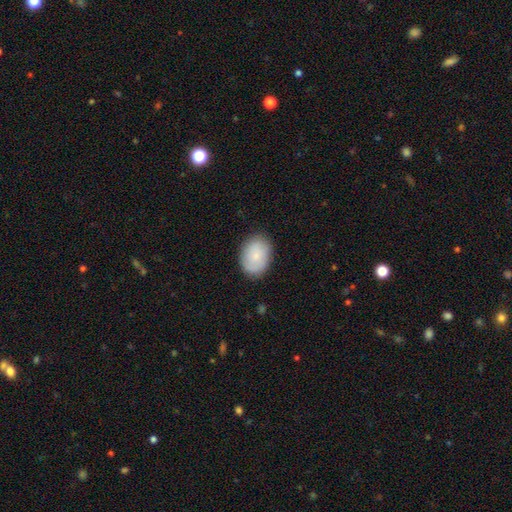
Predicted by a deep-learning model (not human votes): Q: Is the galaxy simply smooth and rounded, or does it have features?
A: smooth — 80%.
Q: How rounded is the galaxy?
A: in between — 76%.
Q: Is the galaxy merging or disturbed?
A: none — 84%.